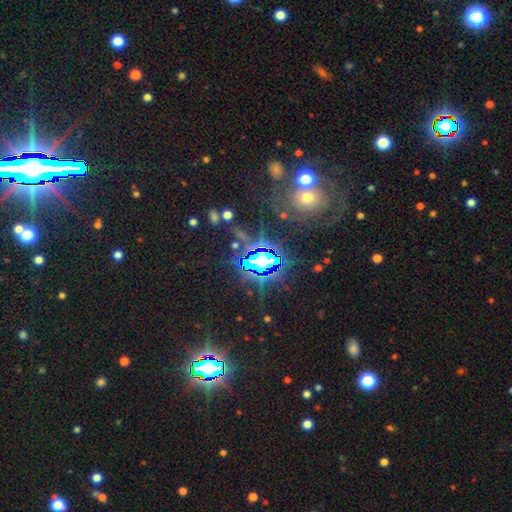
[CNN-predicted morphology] This is likely a star or artifact rather than a galaxy (73%).